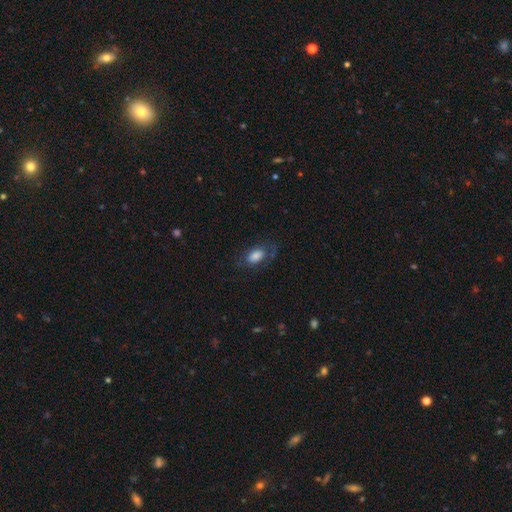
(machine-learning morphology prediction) Smooth or featured?
  - smooth: 71% *
  - featured or disk: 20%
  - star or artifact: 9%
How rounded?
  - in between: 89% *
  - round: 9%
  - cigar-shaped: 2%
Merging?
  - none: 60% *
  - minor disturbance: 21%
  - major disturbance: 17%
  - merger: 2%